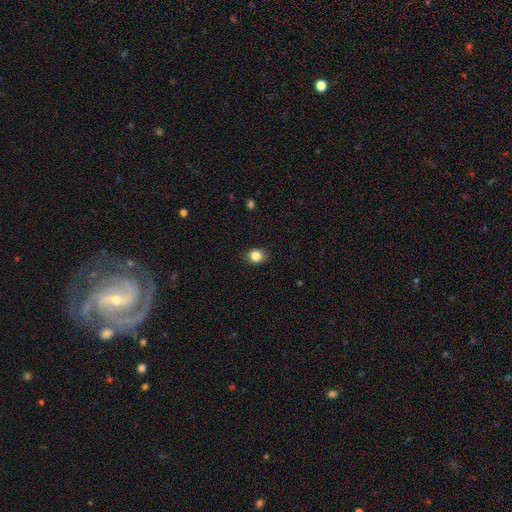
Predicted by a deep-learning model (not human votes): Smooth or featured: smooth — 84% (star or artifact — 10%)
How rounded: round — 56% (in between — 43%)
Merging: none — 86% (minor disturbance — 11%)